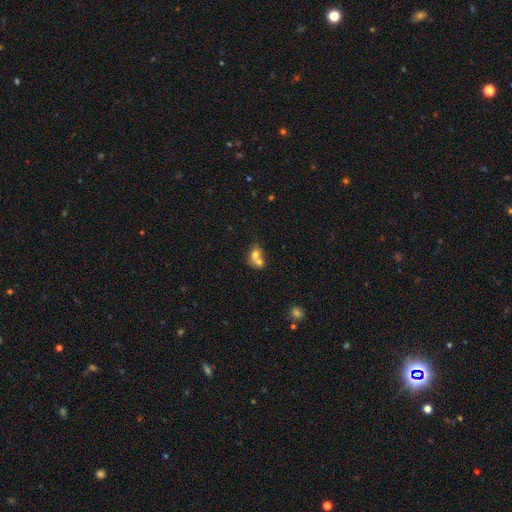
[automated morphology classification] Smooth or featured: smooth — 70% (featured or disk — 20%)
How rounded: round — 51% (in between — 48%)
Merging: merger — 69% (none — 22%)